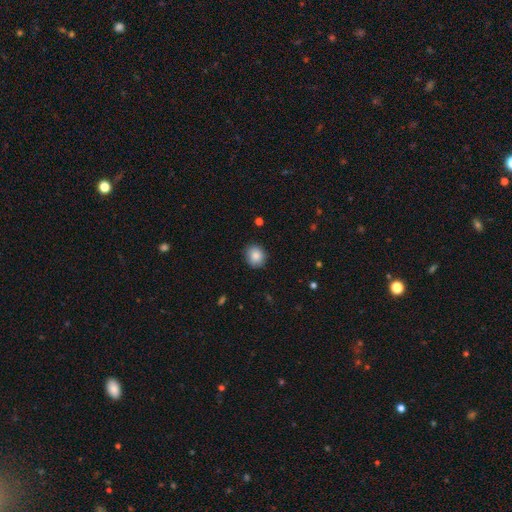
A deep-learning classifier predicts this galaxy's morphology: A smooth galaxy with no disk features (86%) that is round (80%). Merging: none (87%).